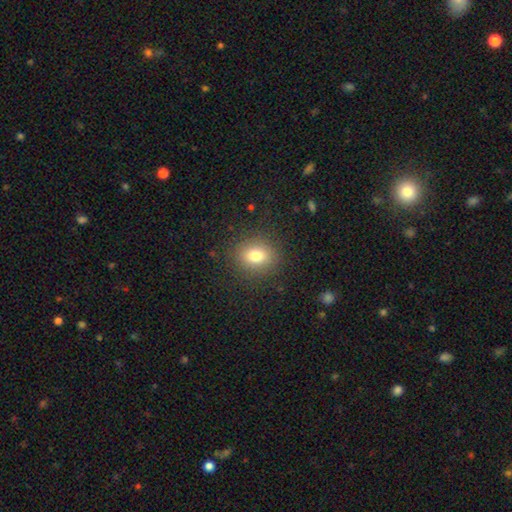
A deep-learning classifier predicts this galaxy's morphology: Q: Smooth or featured?
A: smooth (78%); runner-up: star or artifact (13%)
Q: How rounded?
A: round (66%); runner-up: in between (32%)
Q: Merging?
A: none (88%); runner-up: minor disturbance (8%)